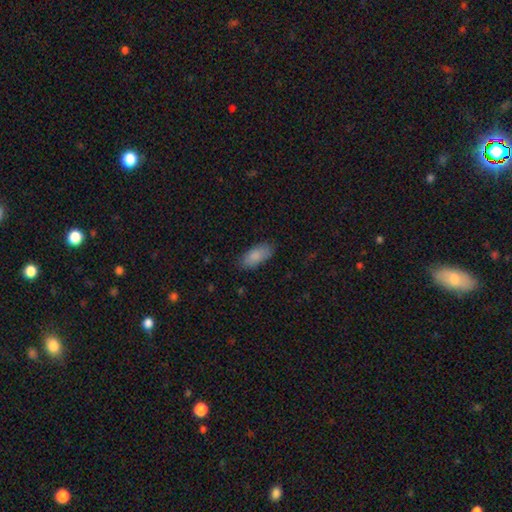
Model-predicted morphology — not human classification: Q: Smooth or featured?
A: smooth (86%); runner-up: featured or disk (7%)
Q: How rounded?
A: in between (89%); runner-up: cigar-shaped (9%)
Q: Merging?
A: none (81%); runner-up: minor disturbance (15%)